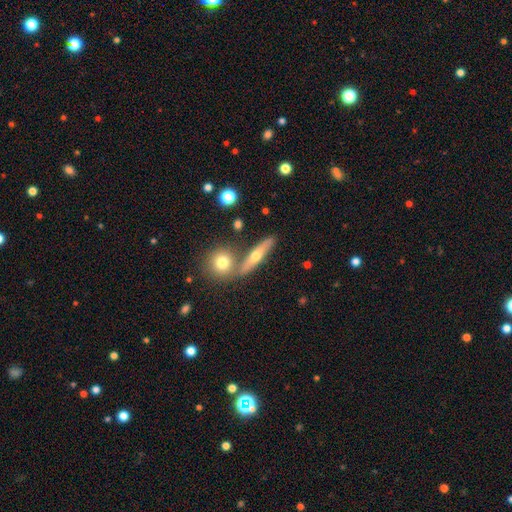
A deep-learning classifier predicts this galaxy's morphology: This is possibly a smooth galaxy (47%). Merging: marginally none (43%).